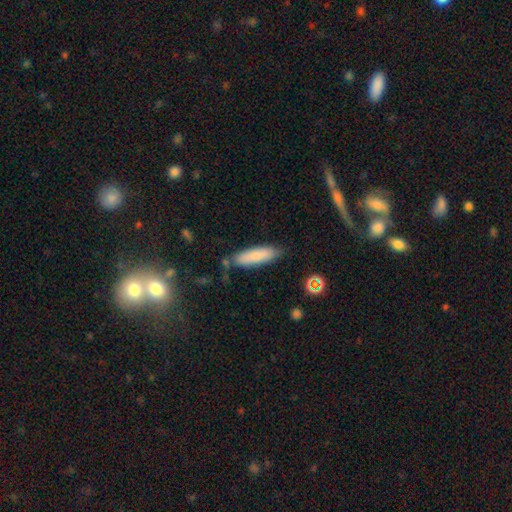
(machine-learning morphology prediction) type=smooth (80%); roundness=cigar-shaped (61%); merging=none (78%).